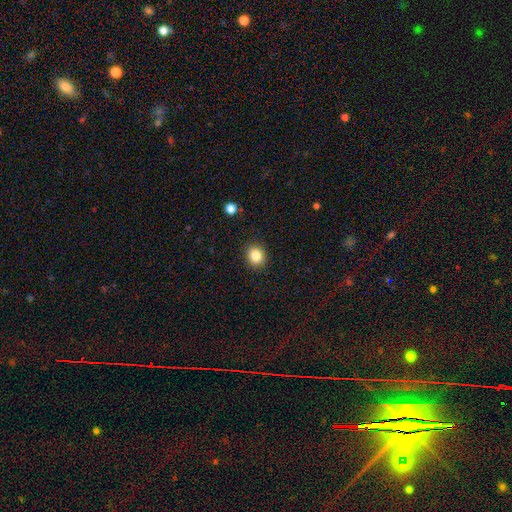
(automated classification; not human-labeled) A smooth galaxy with no disk features (84%) that is round (76%). Merging: none (91%).